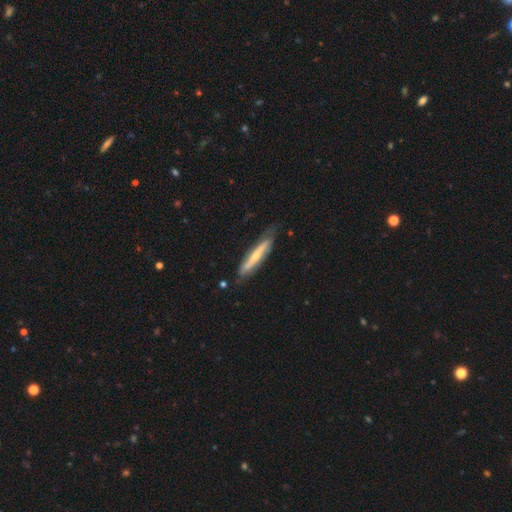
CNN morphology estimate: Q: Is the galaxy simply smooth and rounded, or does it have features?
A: featured or disk — 60%.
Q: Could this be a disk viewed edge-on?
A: yes — 66%.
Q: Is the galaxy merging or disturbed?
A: none — 68%.